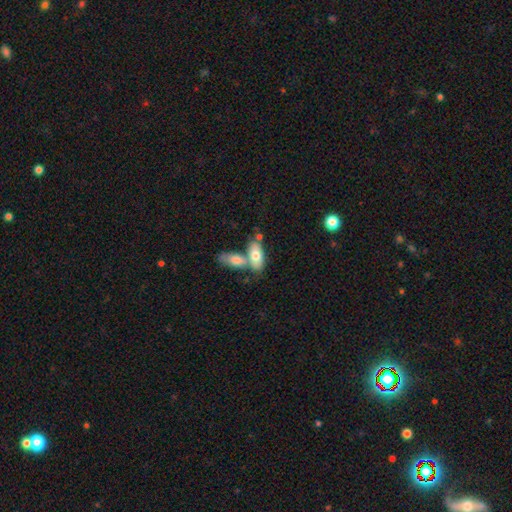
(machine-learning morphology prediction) Smooth or featured? Predicted: smooth (p=0.71). How rounded? Predicted: in between (p=0.86). Merging? Predicted: merger (p=0.48).